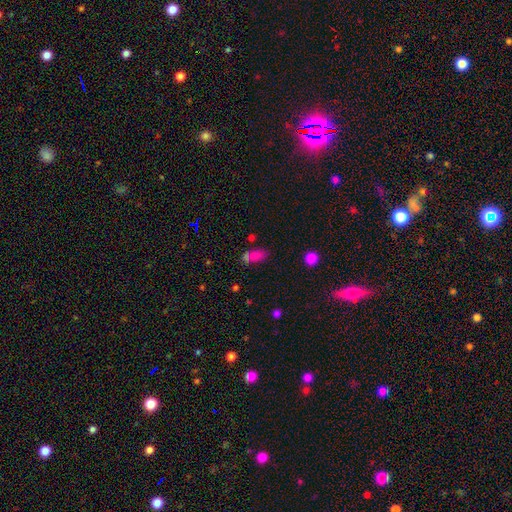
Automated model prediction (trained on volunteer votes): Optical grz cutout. It shows a smooth galaxy with no disk features (74%) that is in between round and cigar-shaped (84%). Merging: none (52%).